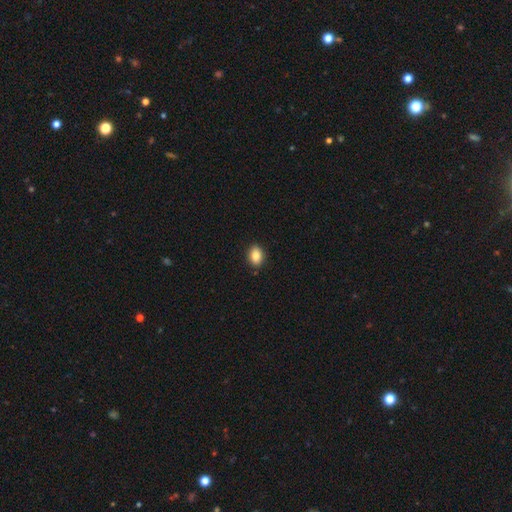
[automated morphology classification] Q: Smooth or featured?
A: smooth (86%); runner-up: star or artifact (8%)
Q: How rounded?
A: in between (74%); runner-up: round (24%)
Q: Merging?
A: none (88%); runner-up: minor disturbance (9%)